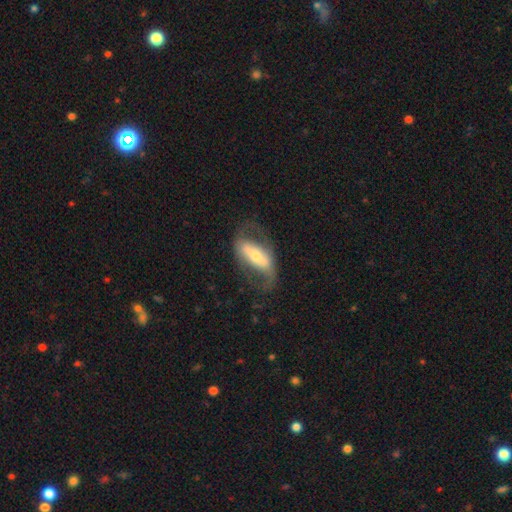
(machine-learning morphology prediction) Smooth or featured: featured or disk — 67% (smooth — 27%)
Edge-on disk: no — 83% (yes — 17%)
Bar: strong — 55% (no — 23%)
Spiral arms: yes — 62% (no — 38%)
Bulge size: moderate — 46% (small — 42%)
Merging: none — 60% (minor disturbance — 19%)